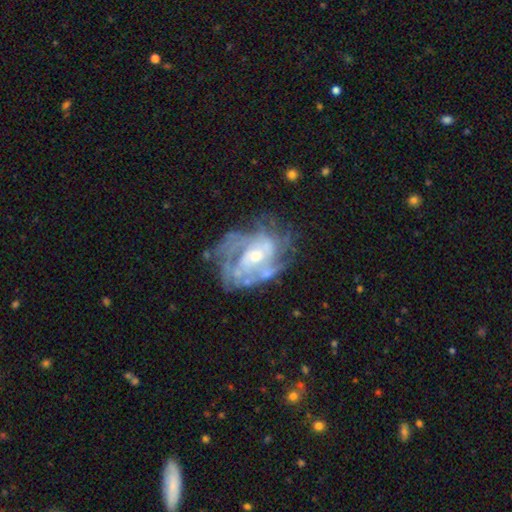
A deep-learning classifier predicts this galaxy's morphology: smooth_or_featured: featured or disk (p=0.83) [alt: smooth p=0.10]
disk_edge_on: no (p=0.97) [alt: yes p=0.03]
bar: no (p=0.62) [alt: weak p=0.30]
has_spiral_arms: yes (p=0.79) [alt: no p=0.21]
spiral_winding: tight (p=0.50) [alt: medium p=0.36]
spiral_arm_count: can't tell (p=0.48) [alt: 2 p=0.18]
bulge_size: moderate (p=0.52) [alt: small p=0.39]
merging: none (p=0.55) [alt: minor disturbance p=0.23]